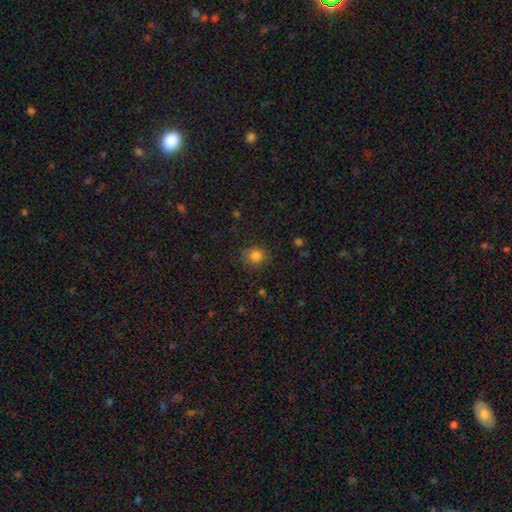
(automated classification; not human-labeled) smooth-or-featured: smooth: 82% | star or artifact: 12% | featured or disk: 6%
  how-rounded: round: 79% | in between: 20% | cigar-shaped: 1%
  merging: none: 80% | minor disturbance: 14% | major disturbance: 4% | merger: 1%